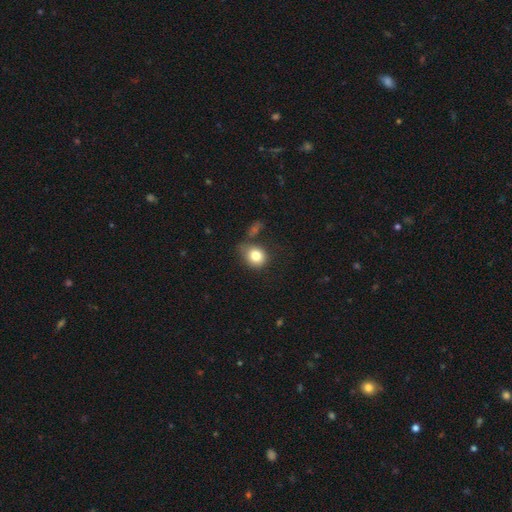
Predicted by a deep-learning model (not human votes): Smooth or featured? Predicted: smooth (p=0.80). How rounded? Predicted: round (p=0.63). Merging? Predicted: none (p=0.50).